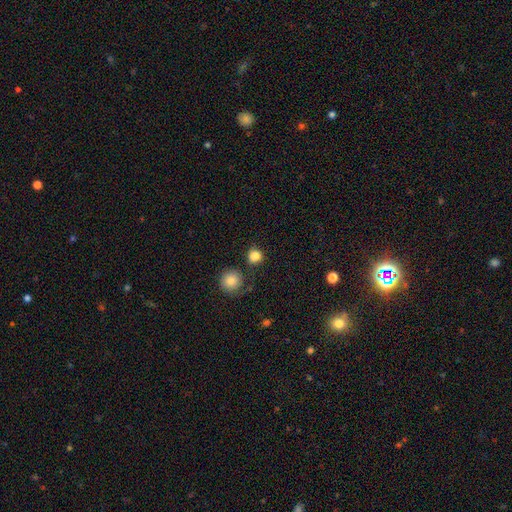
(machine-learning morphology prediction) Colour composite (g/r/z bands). It shows a smooth galaxy with no disk features (85%) that is round (83%). Merging: none (73%).